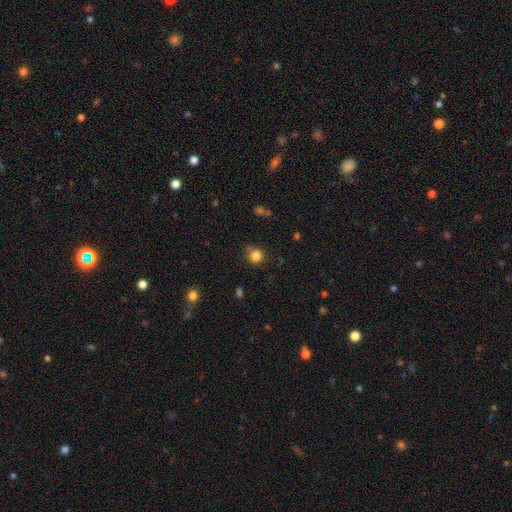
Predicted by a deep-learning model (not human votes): Smooth or featured? smooth (82%)
How rounded? round (90%)
Merging? none (72%)